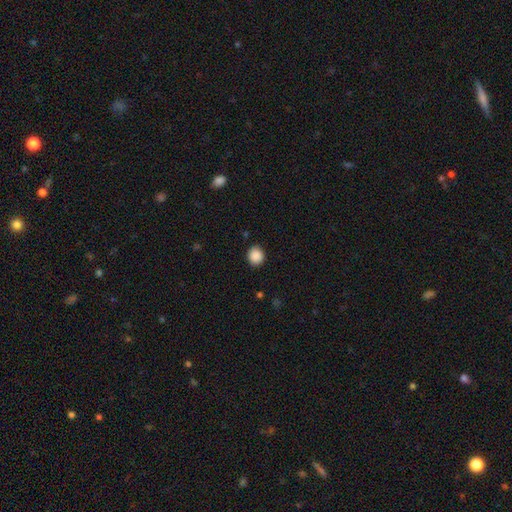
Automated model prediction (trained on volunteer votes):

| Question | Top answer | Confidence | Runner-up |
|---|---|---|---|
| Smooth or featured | smooth | 89% | star or artifact (9%) |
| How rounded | round | 80% | in between (19%) |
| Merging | none | 86% | minor disturbance (10%) |